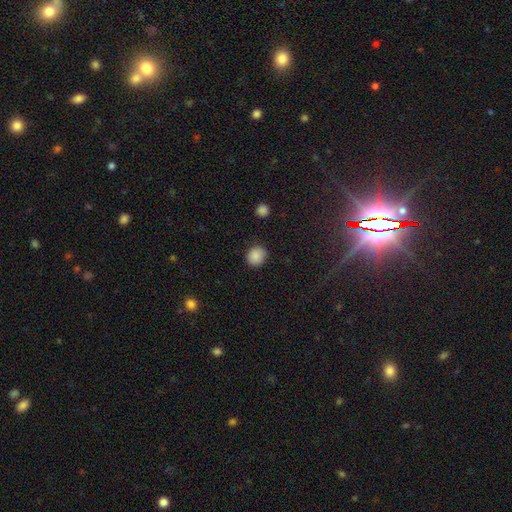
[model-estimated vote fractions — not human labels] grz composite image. It shows a smooth galaxy with no disk features (87%) that is round (78%). Merging: none (85%).